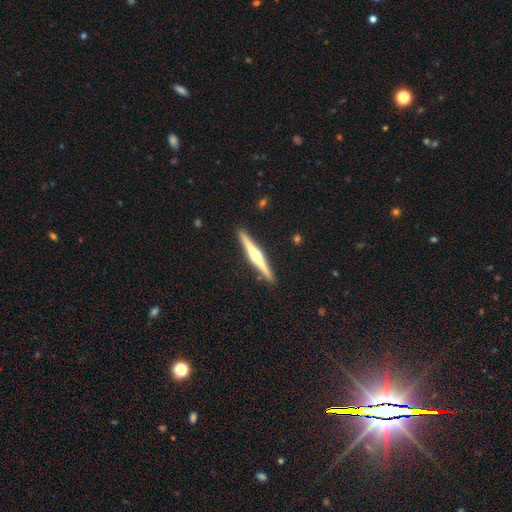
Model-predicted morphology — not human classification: Smooth or featured: featured or disk — 76% (smooth — 19%)
Edge-on disk: yes — 98% (no — 2%)
Edge-on bulge: rounded — 89% (boxy — 5%)
Merging: none — 91% (minor disturbance — 6%)